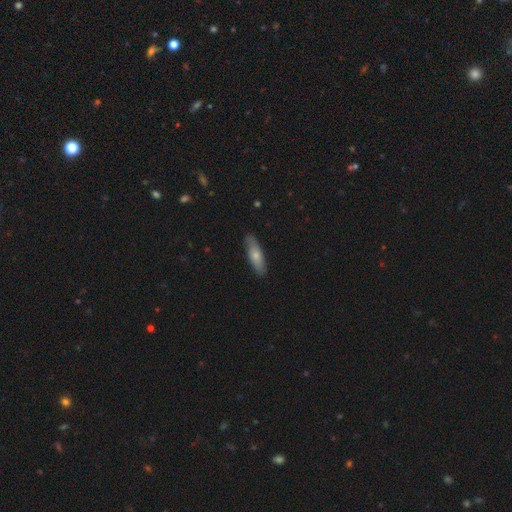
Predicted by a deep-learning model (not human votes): smooth 66%, featured or disk 29%, star or artifact 5%. Down the decision tree: how rounded — cigar-shaped (52%); merging — none (85%).